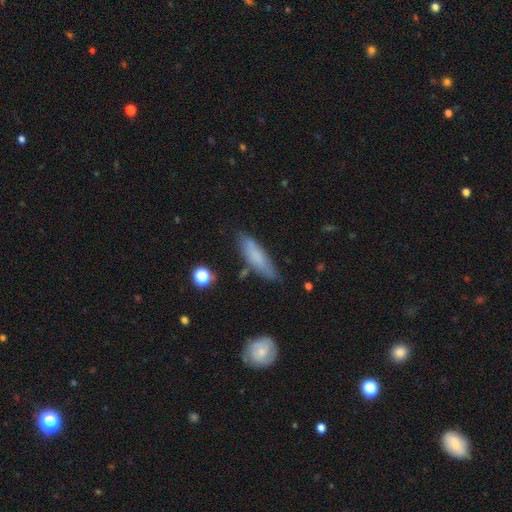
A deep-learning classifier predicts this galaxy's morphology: smooth_or_featured: smooth (p=0.71) [alt: featured or disk p=0.22]
how_rounded: cigar-shaped (p=0.63) [alt: in between p=0.35]
merging: none (p=0.72) [alt: minor disturbance p=0.20]